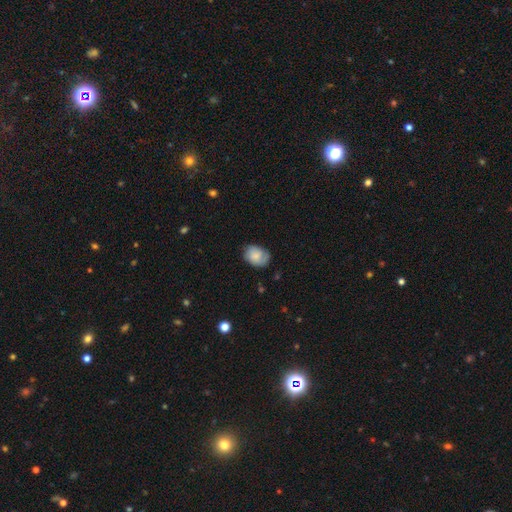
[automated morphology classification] Smooth or featured?
  - smooth: 72% *
  - featured or disk: 21%
  - star or artifact: 8%
How rounded?
  - in between: 68% *
  - round: 31%
  - cigar-shaped: 1%
Merging?
  - none: 63% *
  - minor disturbance: 28%
  - major disturbance: 8%
  - merger: 1%